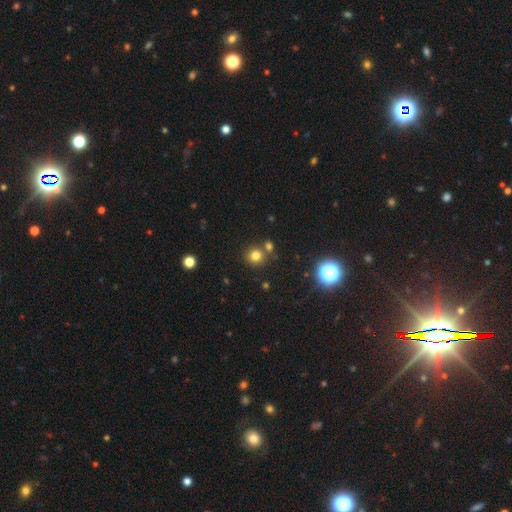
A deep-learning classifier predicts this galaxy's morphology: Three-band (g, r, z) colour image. It shows a smooth galaxy with no disk features (76%) that is round (88%). Merging: none (73%).